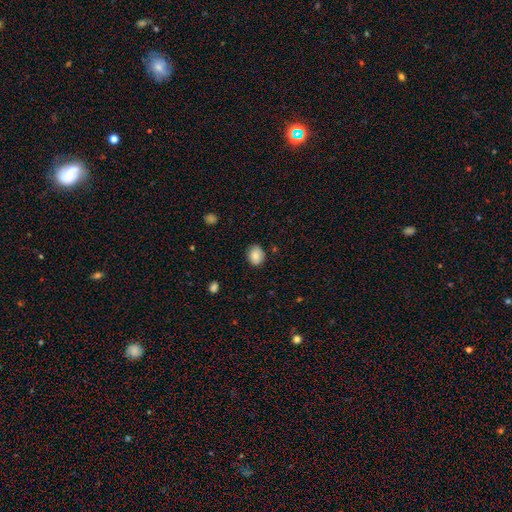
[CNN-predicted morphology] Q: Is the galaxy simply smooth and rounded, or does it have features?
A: smooth — 83%.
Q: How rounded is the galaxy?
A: round — 62%.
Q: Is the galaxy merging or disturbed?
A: none — 84%.